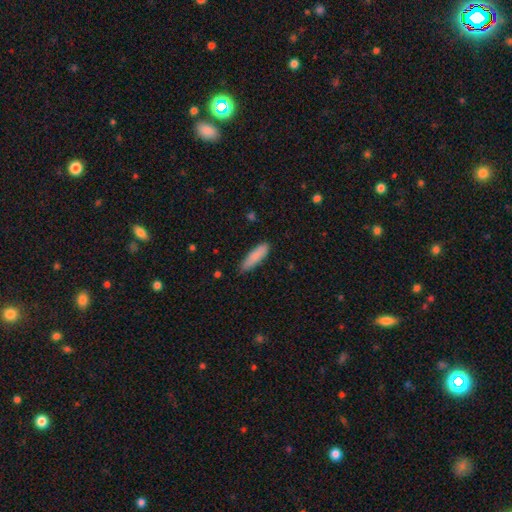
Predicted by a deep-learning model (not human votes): Morphology: type=smooth (85%); roundness=cigar-shaped (63%); merging=none (81%).